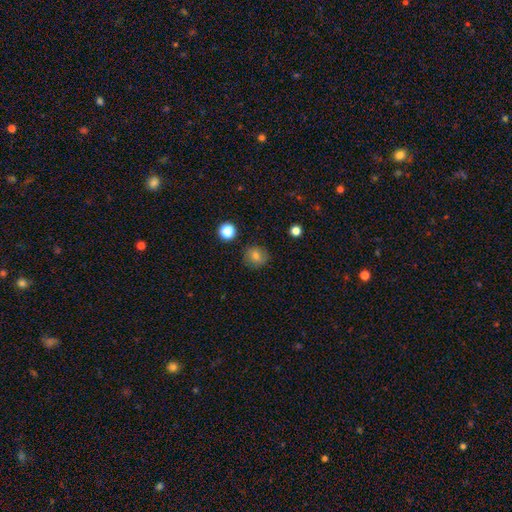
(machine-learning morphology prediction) smooth-or-featured: smooth: 79% | star or artifact: 13% | featured or disk: 9%
  how-rounded: round: 83% | in between: 15% | cigar-shaped: 1%
  merging: none: 85% | minor disturbance: 11% | major disturbance: 3% | merger: 2%